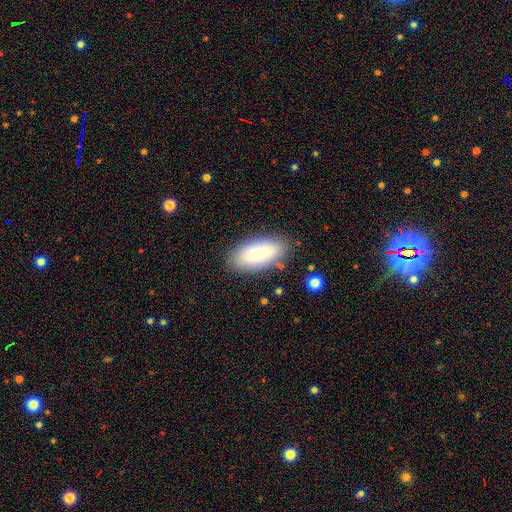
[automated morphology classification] smooth-or-featured: smooth: 84% | featured or disk: 10% | star or artifact: 7%
  how-rounded: in between: 90% | cigar-shaped: 7% | round: 2%
  merging: none: 83% | minor disturbance: 11% | major disturbance: 3% | merger: 2%